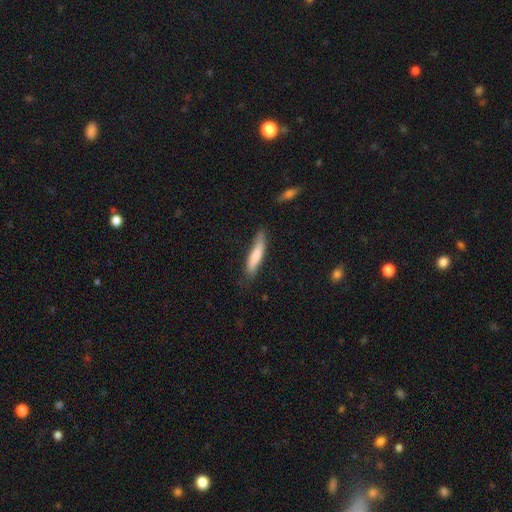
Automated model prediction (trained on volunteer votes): smooth_or_featured: smooth (p=0.75) [alt: featured or disk p=0.19]
how_rounded: cigar-shaped (p=0.84) [alt: in between p=0.15]
merging: none (p=0.73) [alt: minor disturbance p=0.21]